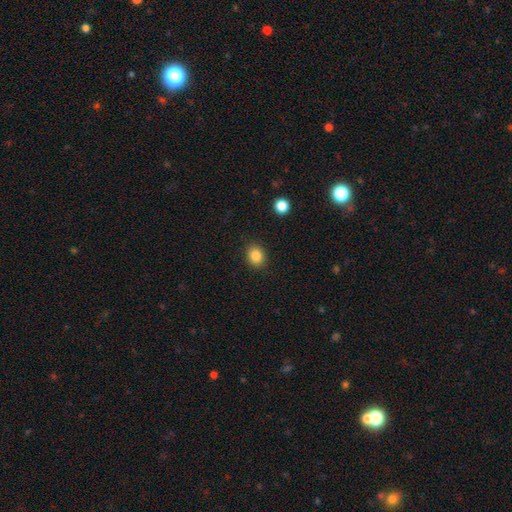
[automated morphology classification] This appears to be a smooth galaxy with no disk features (85%) that is round (60%). Merging: none (89%).